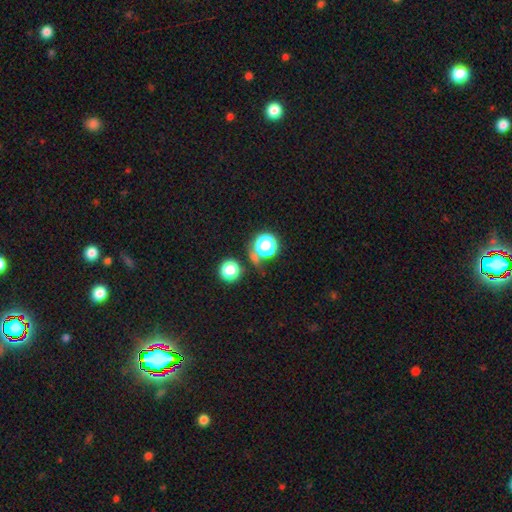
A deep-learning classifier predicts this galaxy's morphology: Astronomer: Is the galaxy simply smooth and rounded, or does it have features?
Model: smooth — 56% (runner-up: star or artifact, 37%).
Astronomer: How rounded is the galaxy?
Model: round — 90%.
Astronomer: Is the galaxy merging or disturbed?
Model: none — 71%.